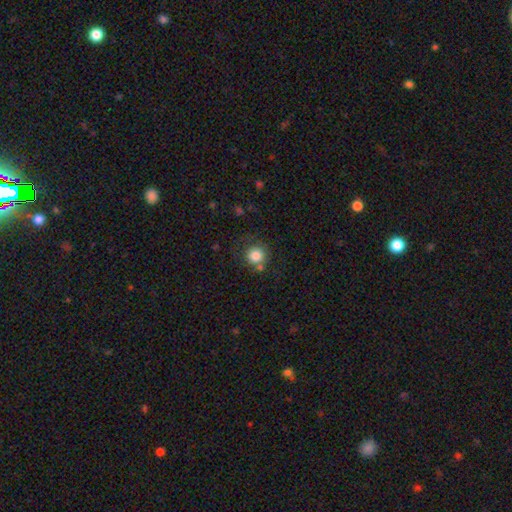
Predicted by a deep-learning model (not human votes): Morphology: type=smooth (83%); roundness=round (92%); merging=none (70%).